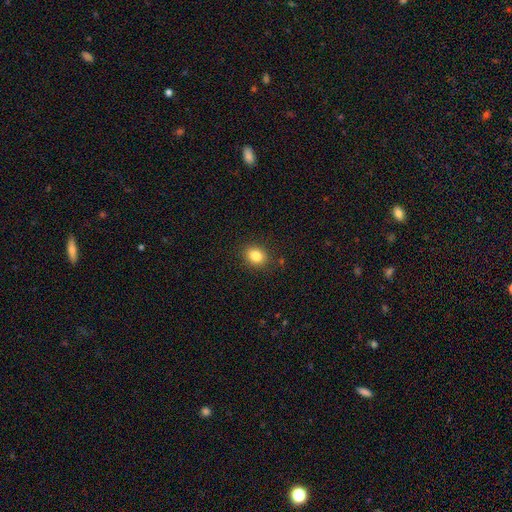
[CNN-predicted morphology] Q: Smooth or featured?
A: smooth (84%); runner-up: star or artifact (10%)
Q: How rounded?
A: round (51%); runner-up: in between (48%)
Q: Merging?
A: none (87%); runner-up: minor disturbance (9%)